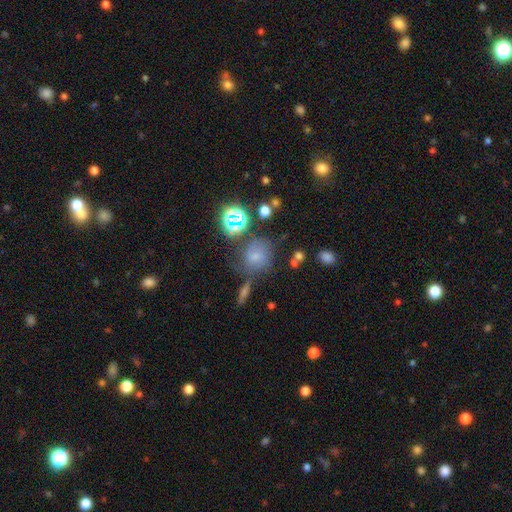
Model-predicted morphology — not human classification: smooth_or_featured: smooth (p=0.53) [alt: star or artifact p=0.23]
how_rounded: round (p=0.71) [alt: in between p=0.28]
merging: none (p=0.54) [alt: minor disturbance p=0.21]